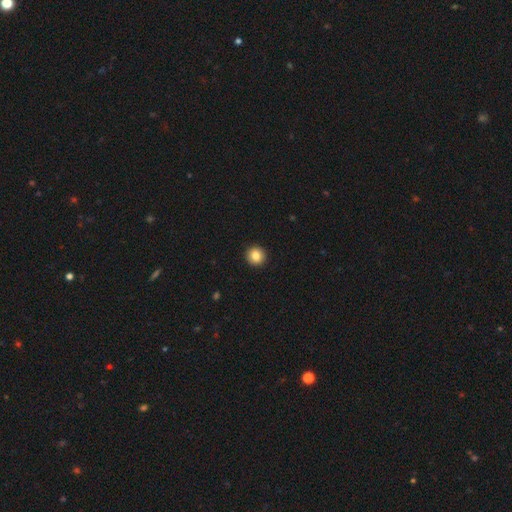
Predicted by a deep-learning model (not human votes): The model was most divided on "smooth or featured": smooth: 85%, star or artifact: 9%, featured or disk: 6%. More confident: how rounded — round (94%); merging — none (94%).